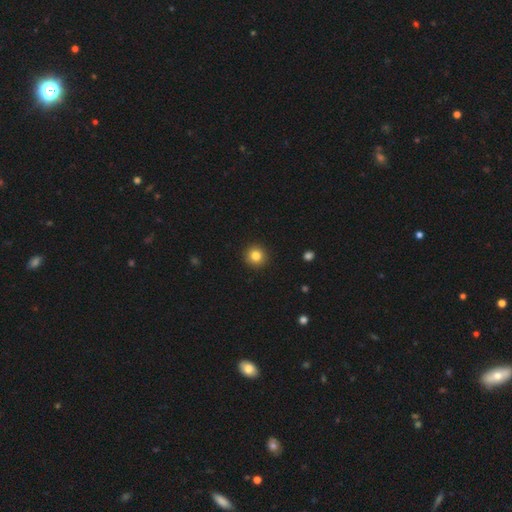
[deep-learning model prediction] smooth-or-featured: smooth: 83% | star or artifact: 11% | featured or disk: 6%
  how-rounded: round: 95% | in between: 4% | cigar-shaped: 1%
  merging: none: 93% | minor disturbance: 4% | major disturbance: 1% | merger: 1%